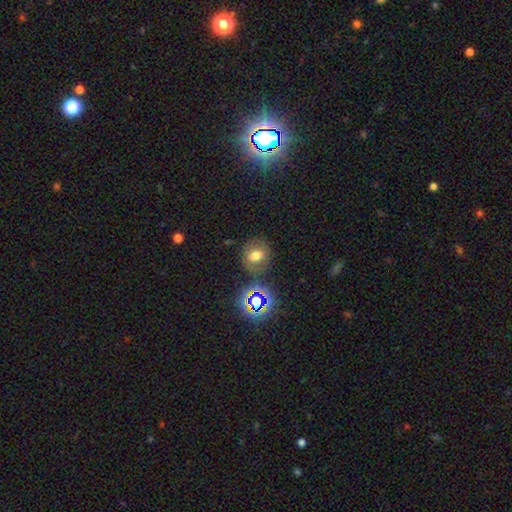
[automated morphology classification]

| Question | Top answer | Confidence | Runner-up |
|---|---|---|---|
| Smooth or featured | smooth | 59% | star or artifact (23%) |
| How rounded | round | 60% | in between (39%) |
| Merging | none | 75% | minor disturbance (14%) |